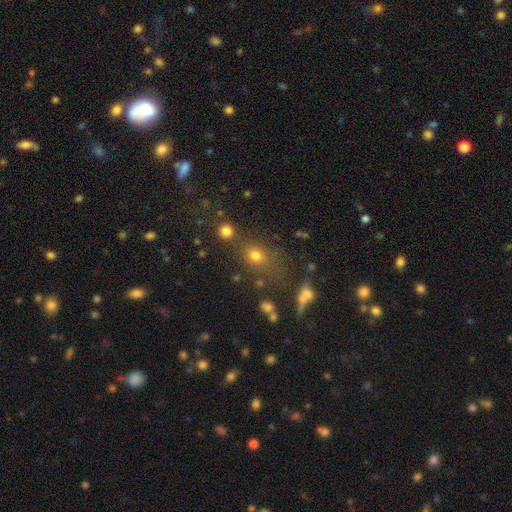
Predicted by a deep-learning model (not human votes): Smooth or featured?
  - smooth: 70% *
  - star or artifact: 20%
  - featured or disk: 10%
How rounded?
  - round: 61% *
  - in between: 36%
  - cigar-shaped: 2%
Merging?
  - none: 65% *
  - merger: 15%
  - minor disturbance: 13%
  - major disturbance: 7%